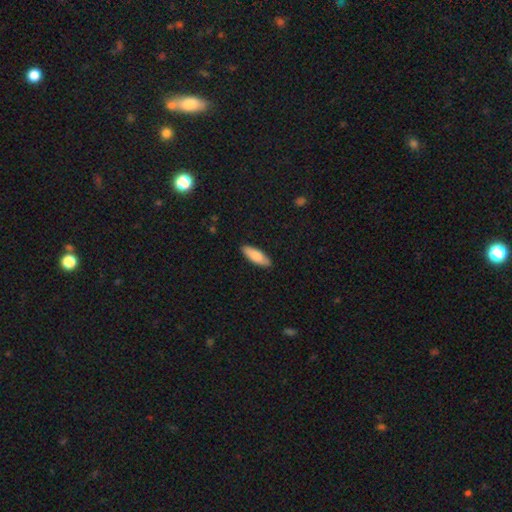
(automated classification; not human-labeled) smooth-or-featured: smooth: 82% | featured or disk: 12% | star or artifact: 5%
  how-rounded: in between: 60% | cigar-shaped: 38% | round: 2%
  merging: none: 90% | minor disturbance: 8% | major disturbance: 2% | merger: 1%